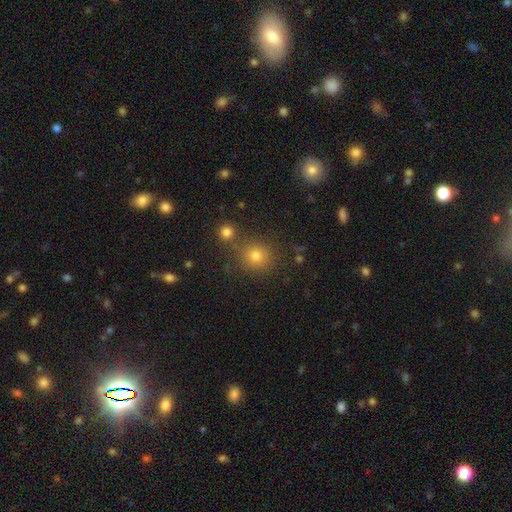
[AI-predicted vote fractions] smooth-or-featured: smooth: 75% | star or artifact: 18% | featured or disk: 7%
  how-rounded: round: 90% | in between: 9% | cigar-shaped: 1%
  merging: none: 77% | merger: 11% | minor disturbance: 8% | major disturbance: 3%